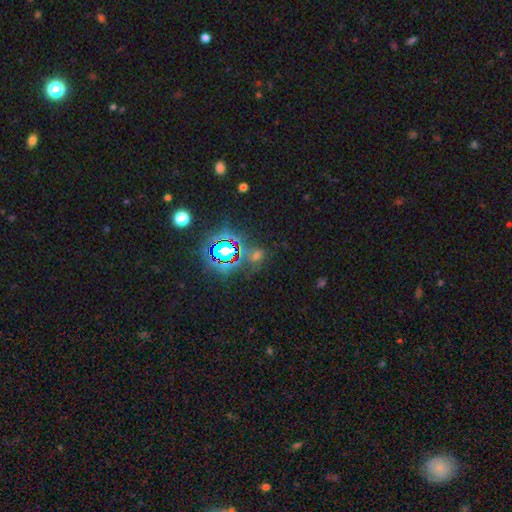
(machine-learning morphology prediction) Smooth or featured: star or artifact — 62% (smooth — 29%)